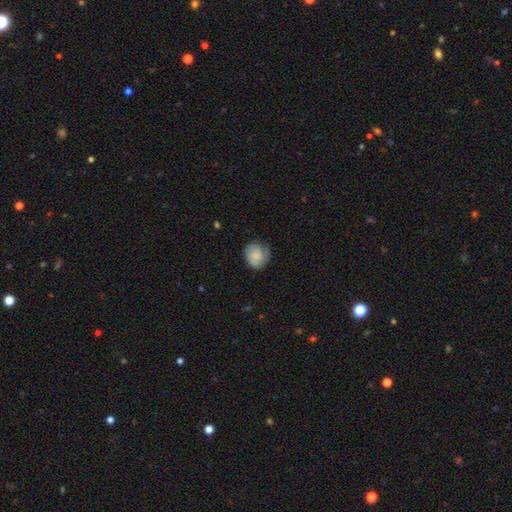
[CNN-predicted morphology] smooth 76%, featured or disk 16%, star or artifact 7%. Down the decision tree: how rounded — round (80%); merging — none (64%).